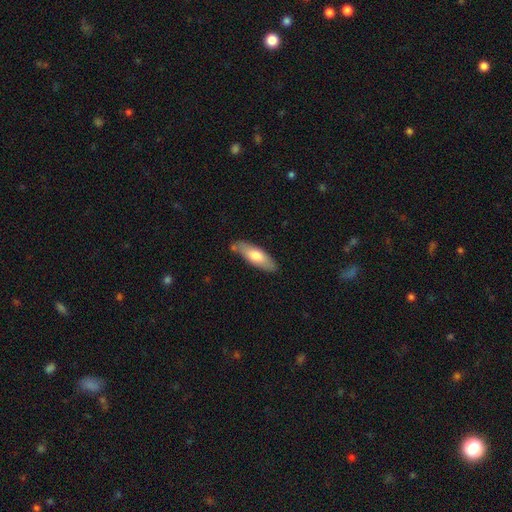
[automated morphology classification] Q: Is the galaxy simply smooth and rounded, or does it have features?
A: smooth — 68%.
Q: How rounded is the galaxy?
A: in between — 54%.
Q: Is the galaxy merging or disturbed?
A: none — 76%.